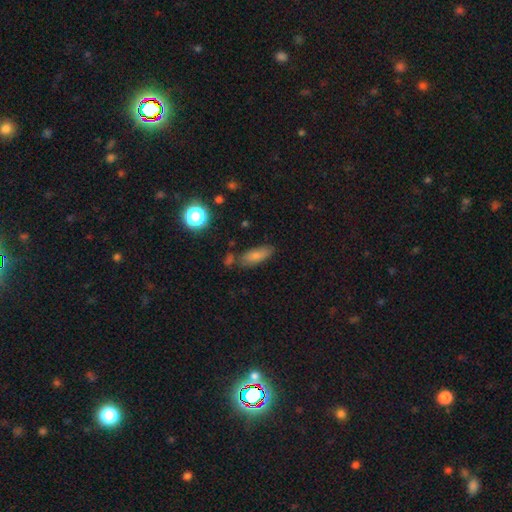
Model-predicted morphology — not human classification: type=smooth (78%); roundness=in between (68%); merging=none (68%).